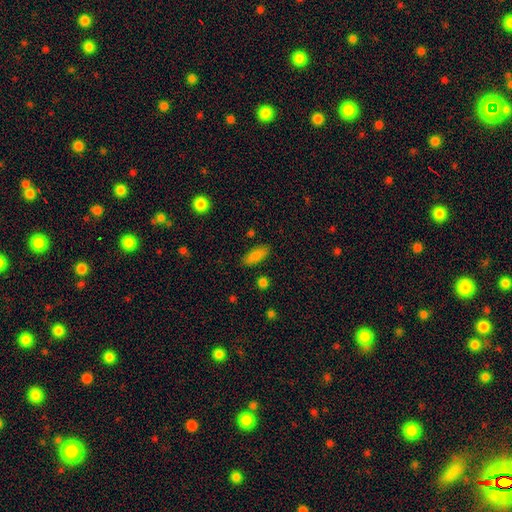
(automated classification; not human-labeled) Overall: smooth (86%). How rounded: in between (79%). Merging: none (86%).